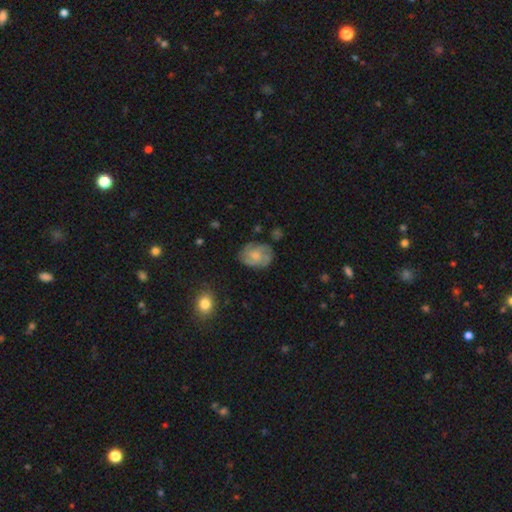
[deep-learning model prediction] A featured or disk galaxy (56%) with no bar (71%), spiral arms (83%) and a small central bulge (39%).

Vote fractions:
- Smooth or featured? featured or disk: 56% / smooth: 36% / star or artifact: 8%
- Edge-on disk? no: 97% / yes: 3%
- Bar? no: 71% / weak: 26% / strong: 3%
- Spiral arms? yes: 83% / no: 17%
- Bulge size? small: 39% / moderate: 36% / none: 18% / large: 6% / dominant: 1%
- Merging? none: 70% / minor disturbance: 20% / major disturbance: 8% / merger: 2%